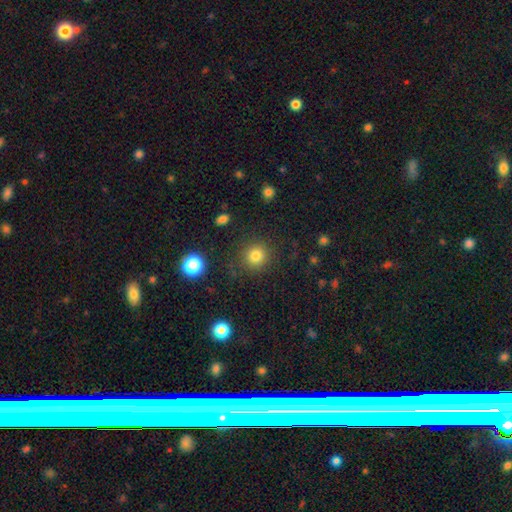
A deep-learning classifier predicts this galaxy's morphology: Smooth or featured: smooth — 80% (star or artifact — 13%)
How rounded: round — 92% (in between — 7%)
Merging: none — 87% (minor disturbance — 8%)